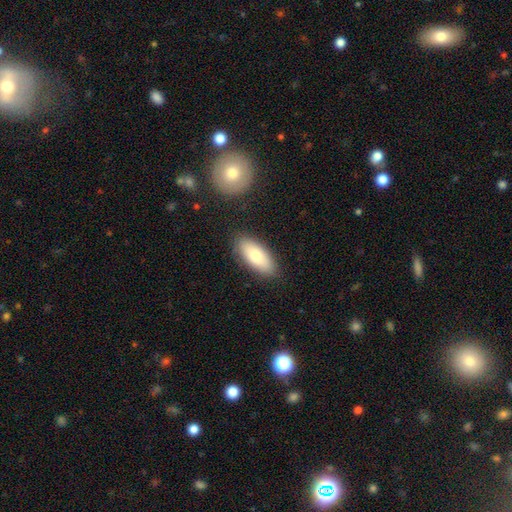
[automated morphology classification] Overall: smooth (77%). How rounded: in between (84%). Merging: none (85%).